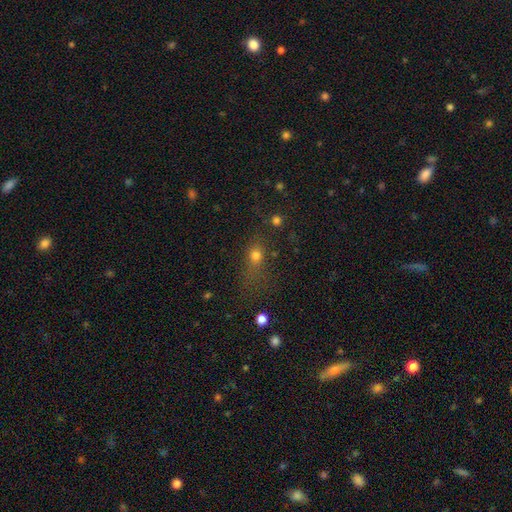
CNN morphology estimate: Smooth or featured? Predicted: smooth (p=0.67). How rounded? Predicted: round (p=0.52). Merging? Predicted: none (p=0.51).